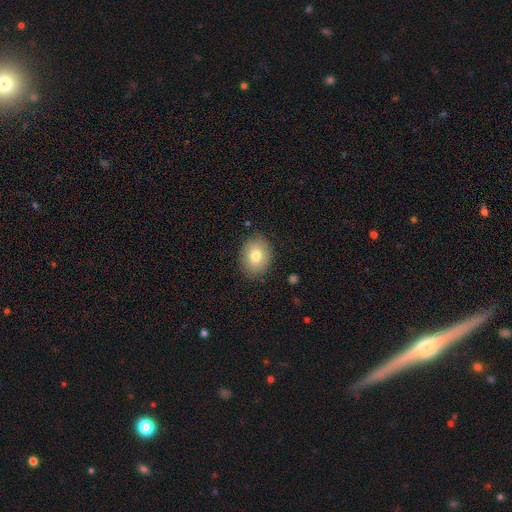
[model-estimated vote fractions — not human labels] Morphology: type=smooth (77%); roundness=in between (51%); merging=none (85%).